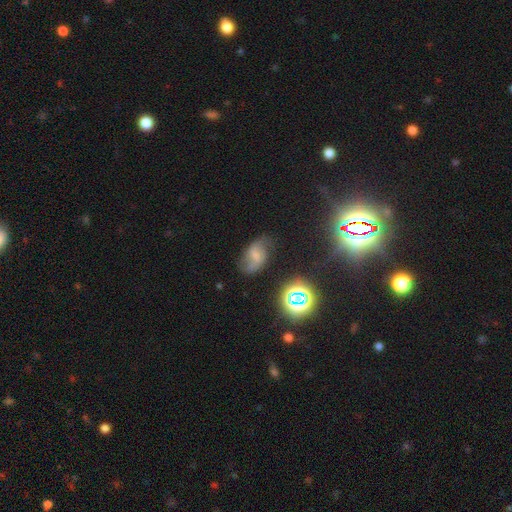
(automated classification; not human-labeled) A featured or disk galaxy (51%). Merging: none (63%).